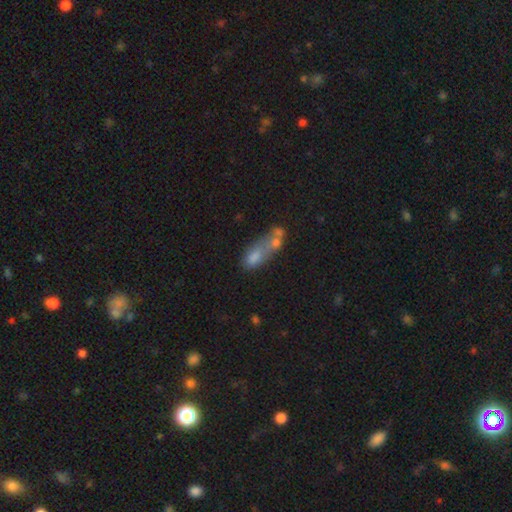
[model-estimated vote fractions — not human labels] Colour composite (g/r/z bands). It shows a smooth galaxy with no disk features (65%) that is in between round and cigar-shaped (66%). Merging: merger (52%).